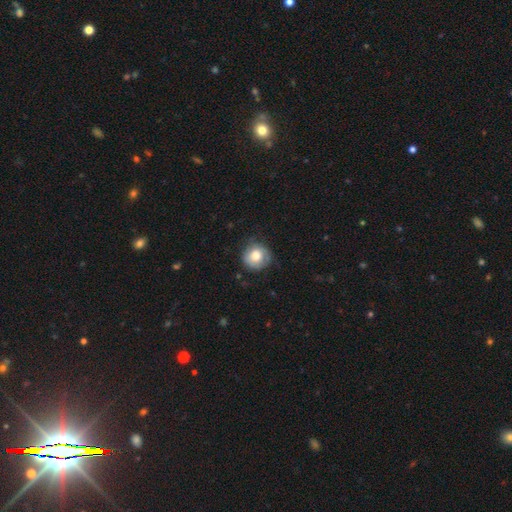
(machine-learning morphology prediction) Smooth or featured?
  - smooth: 74% *
  - featured or disk: 19%
  - star or artifact: 8%
How rounded?
  - round: 89% *
  - in between: 10%
  - cigar-shaped: 1%
Merging?
  - none: 69% *
  - minor disturbance: 23%
  - major disturbance: 7%
  - merger: 1%